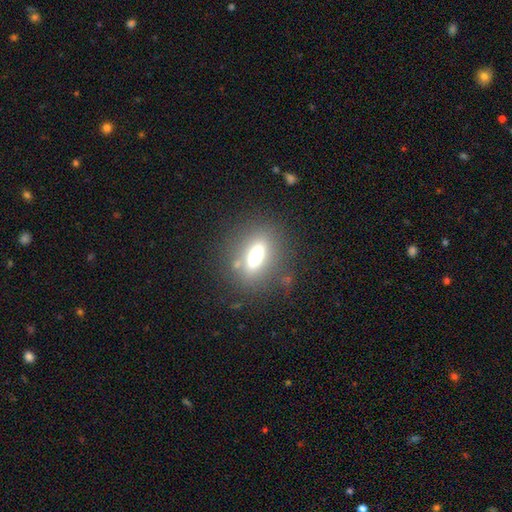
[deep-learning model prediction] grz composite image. It shows a smooth galaxy with no disk features (60%) that is in between round and cigar-shaped (64%). Merging: none (76%).